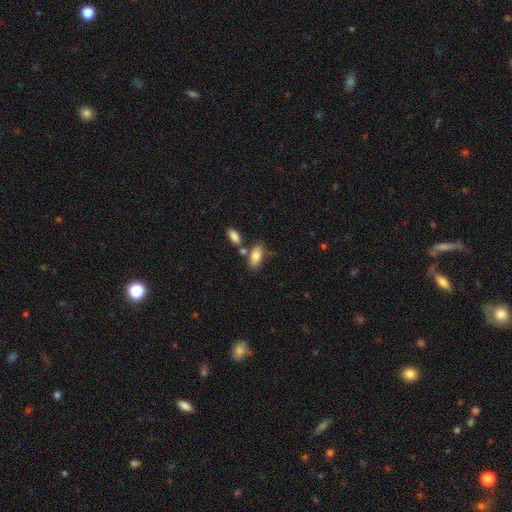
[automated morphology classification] This appears to be a smooth galaxy with no disk features (80%) that is in between round and cigar-shaped (89%). Merging: none (61%).